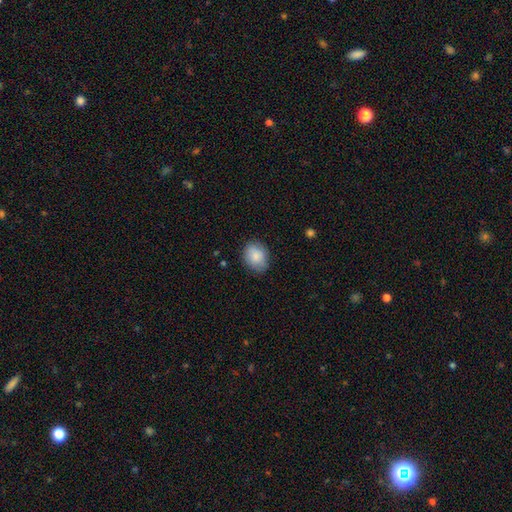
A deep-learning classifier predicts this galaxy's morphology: smooth-or-featured: smooth: 86% | featured or disk: 7% | star or artifact: 7%
  how-rounded: in between: 55% | round: 44% | cigar-shaped: 1%
  merging: none: 81% | minor disturbance: 14% | major disturbance: 3% | merger: 1%